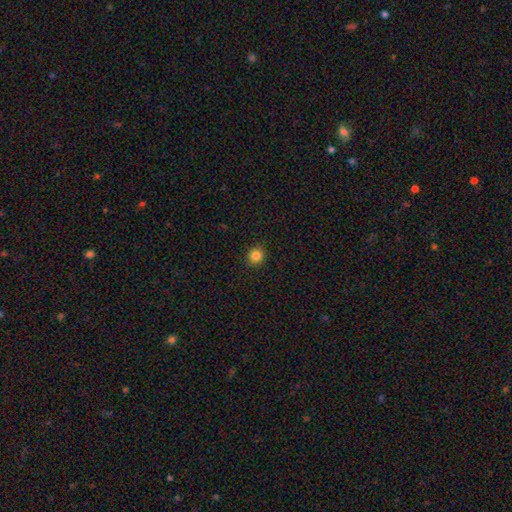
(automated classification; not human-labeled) Overall: smooth (83%). How rounded: round (86%). Merging: none (92%).